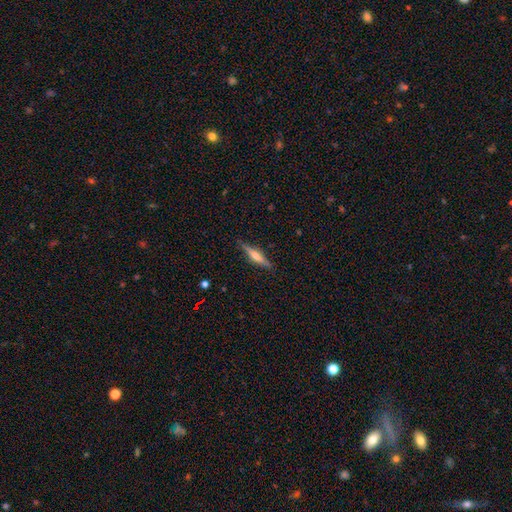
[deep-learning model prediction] Smooth or featured? featured or disk (64%)
Edge-on disk? yes (97%)
Edge-on bulge? rounded (76%)
Merging? none (88%)